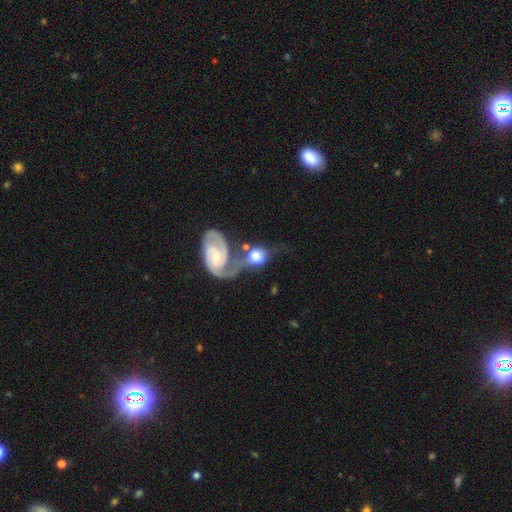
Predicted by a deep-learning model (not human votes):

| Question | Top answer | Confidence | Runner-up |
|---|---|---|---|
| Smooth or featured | featured or disk | 51% | smooth (42%) |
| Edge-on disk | no | 94% | yes (6%) |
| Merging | merger | 65% | none (16%) |